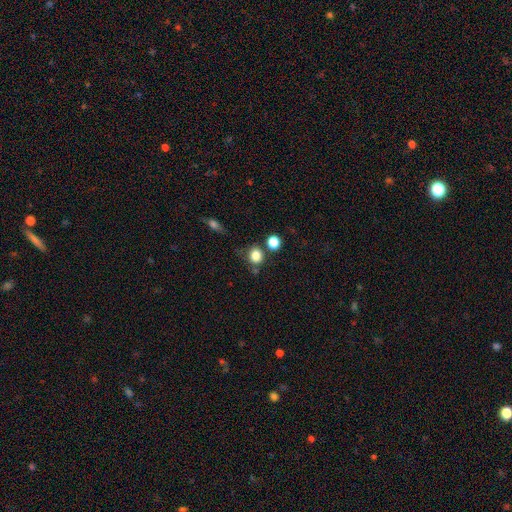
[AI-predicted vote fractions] smooth-or-featured: smooth: 83% | star or artifact: 12% | featured or disk: 6%
  how-rounded: round: 79% | in between: 20% | cigar-shaped: 1%
  merging: none: 70% | minor disturbance: 14% | merger: 12% | major disturbance: 5%